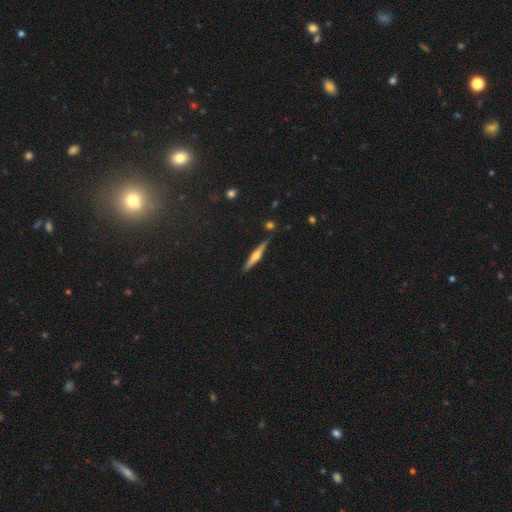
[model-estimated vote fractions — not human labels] The model was most divided on "smooth or featured": featured or disk: 70%, smooth: 23%, star or artifact: 7%. More confident: edge-on disk — yes (98%); edge-on bulge — rounded (88%); merging — none (88%).